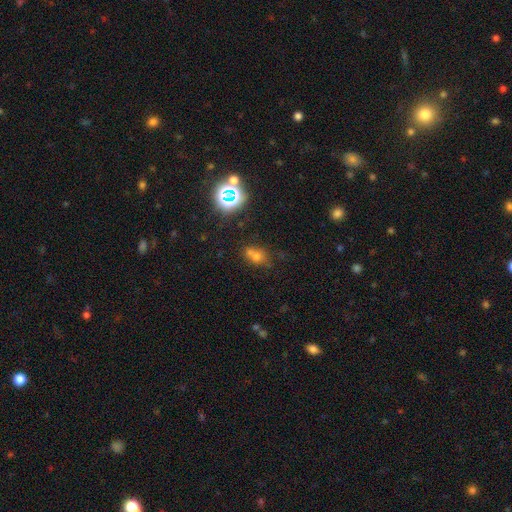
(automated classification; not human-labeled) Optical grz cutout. It shows a smooth galaxy with no disk features (55%) that is round (49%). Merging: none (48%).